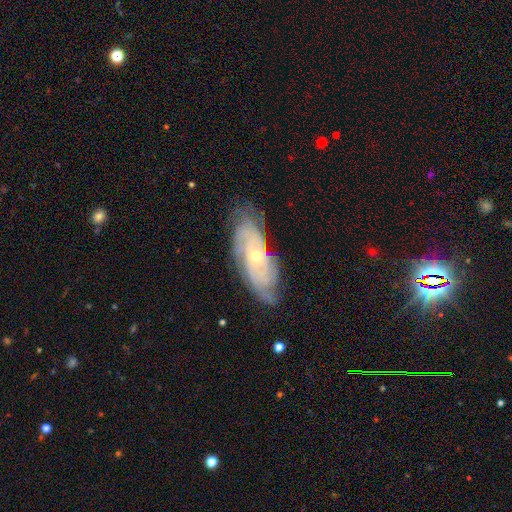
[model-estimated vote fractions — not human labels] A featured or disk galaxy (83%) with no bar (69%), tight (72%) spiral arms (95%) and a small central bulge (66%). Merging: none (76%).